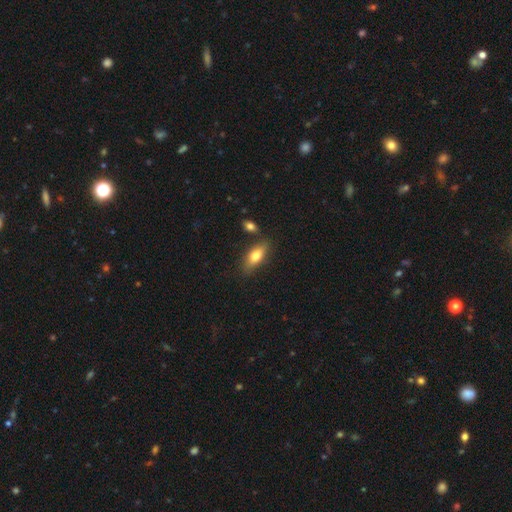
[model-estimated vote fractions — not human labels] Smooth or featured?
  - smooth: 72% *
  - featured or disk: 21%
  - star or artifact: 7%
How rounded?
  - in between: 75% *
  - cigar-shaped: 22%
  - round: 3%
Merging?
  - none: 75% *
  - minor disturbance: 14%
  - merger: 7%
  - major disturbance: 3%